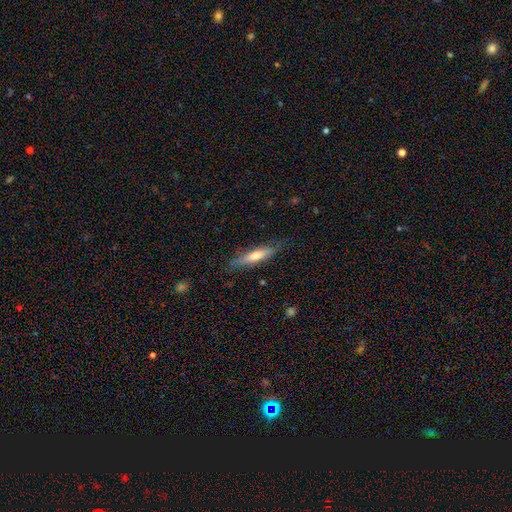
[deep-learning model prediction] Q: Smooth or featured?
A: smooth (55%); runner-up: featured or disk (39%)
Q: How rounded?
A: cigar-shaped (78%); runner-up: in between (21%)
Q: Merging?
A: none (80%); runner-up: minor disturbance (15%)